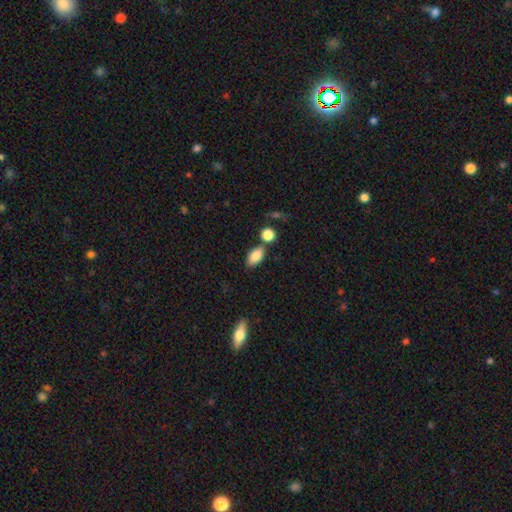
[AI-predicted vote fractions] This appears to be a smooth galaxy with no disk features (84%) that is in between round and cigar-shaped (90%). Merging: none (72%).